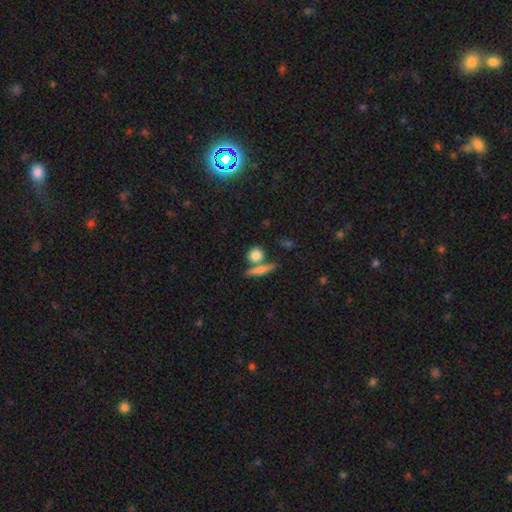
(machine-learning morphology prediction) Smooth or featured: smooth — 79% (featured or disk — 12%)
How rounded: round — 69% (in between — 19%)
Merging: none — 65% (merger — 22%)